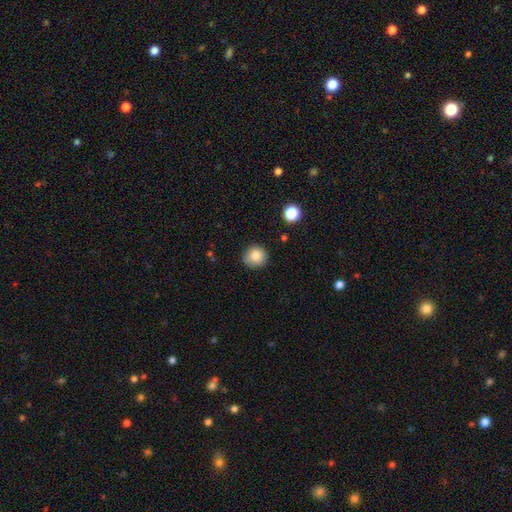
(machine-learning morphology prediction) Smooth or featured? Predicted: smooth (p=0.83). How rounded? Predicted: round (p=0.91). Merging? Predicted: none (p=0.83).